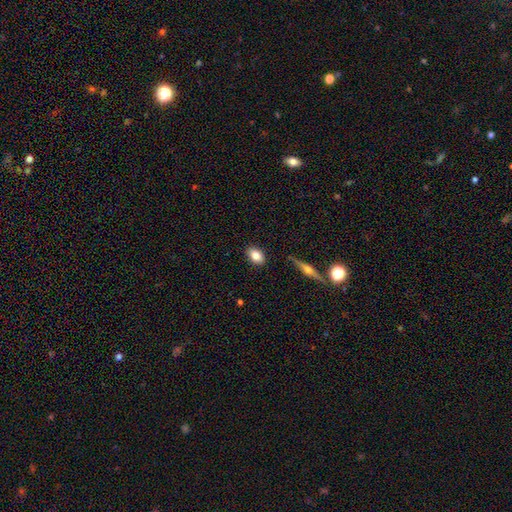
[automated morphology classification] smooth 79%, featured or disk 13%, star or artifact 8%. Down the decision tree: how rounded — in between (82%); merging — none (87%).